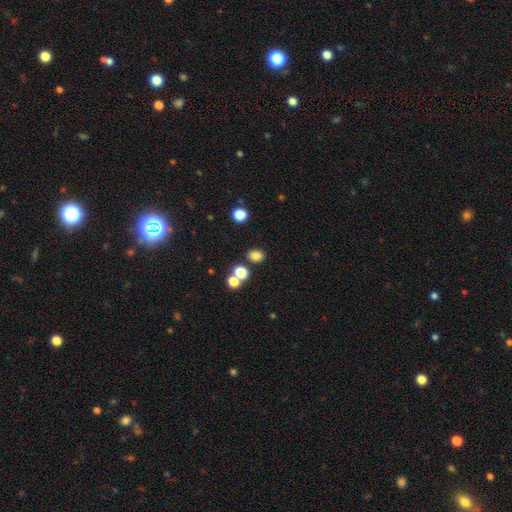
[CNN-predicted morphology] Smooth or featured? smooth (79%)
How rounded? in between (54%)
Merging? none (78%)